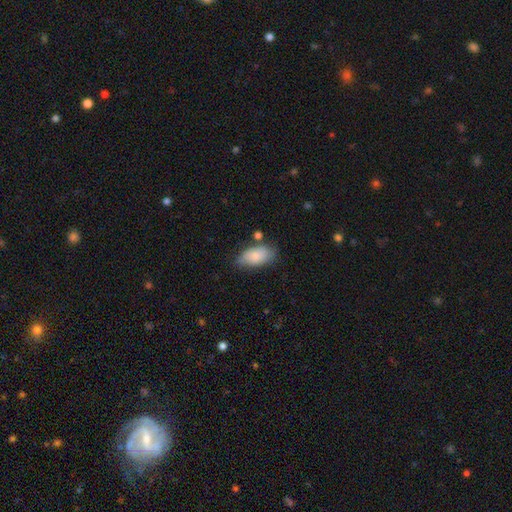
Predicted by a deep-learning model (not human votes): Q: Smooth or featured?
A: smooth (82%); runner-up: featured or disk (12%)
Q: How rounded?
A: in between (93%); runner-up: round (4%)
Q: Merging?
A: none (66%); runner-up: minor disturbance (22%)